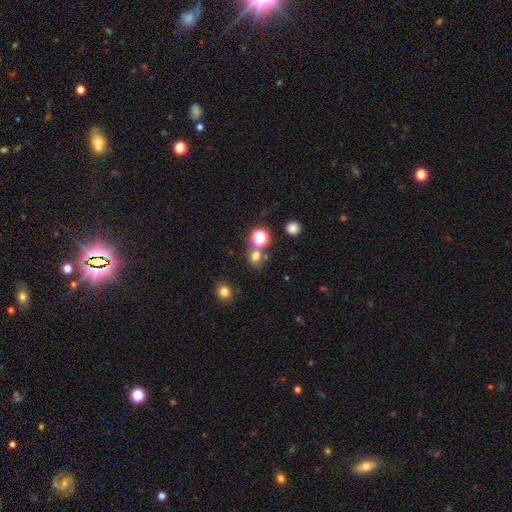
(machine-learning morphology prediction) The model was most divided on "merging": none: 63%, merger: 23%, minor disturbance: 9%, major disturbance: 4%. More confident: how rounded — round (74%); smooth or featured — smooth (67%).